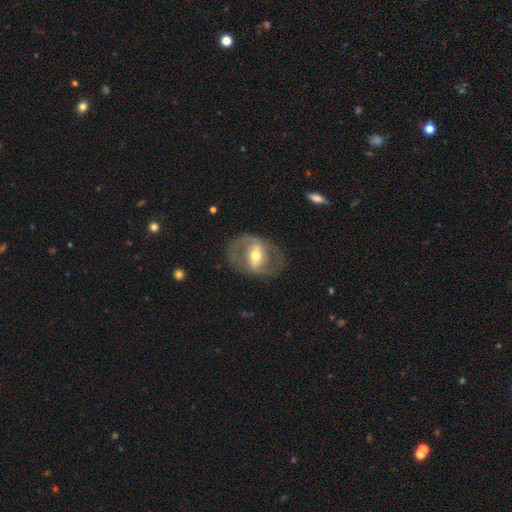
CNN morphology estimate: The model was most divided on "spiral arms": yes: 56%, no: 44%. Remaining: edge-on disk — no (92%); merging — none (72%); smooth or featured — featured or disk (71%); bulge size — moderate (68%); bar — strong (48%).